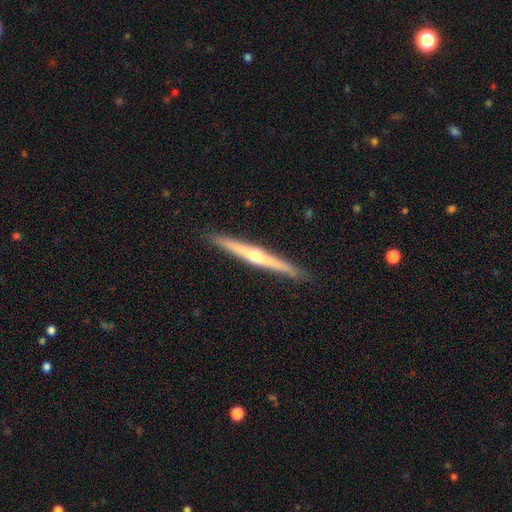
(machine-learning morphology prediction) smooth-or-featured: featured or disk: 73% | smooth: 22% | star or artifact: 5%
  disk-edge-on: yes: 98% | no: 2%
    edge-on-bulge: rounded: 83% | none: 14% | boxy: 3%
  merging: none: 91% | minor disturbance: 6% | major disturbance: 1% | merger: 1%